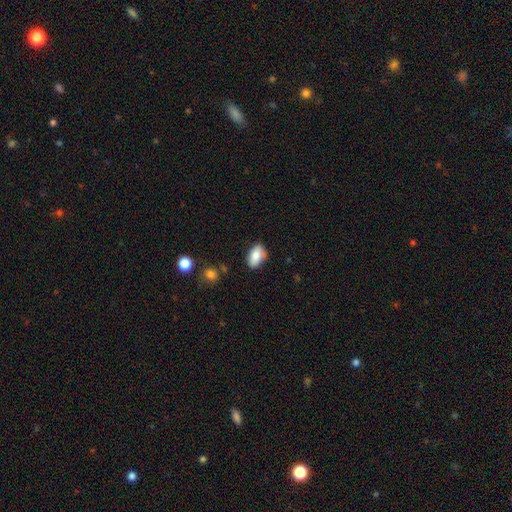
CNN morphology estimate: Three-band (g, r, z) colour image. It shows a smooth galaxy with no disk features (83%) that is in between round and cigar-shaped (92%). Merging: none (74%).